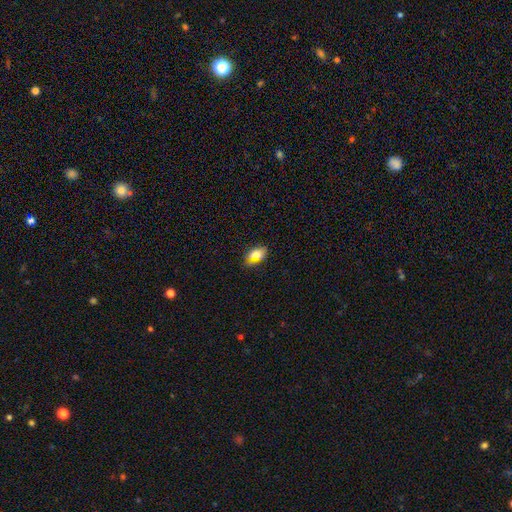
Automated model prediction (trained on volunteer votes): Overall: smooth (74%). How rounded: in between (88%). Merging: none (73%).